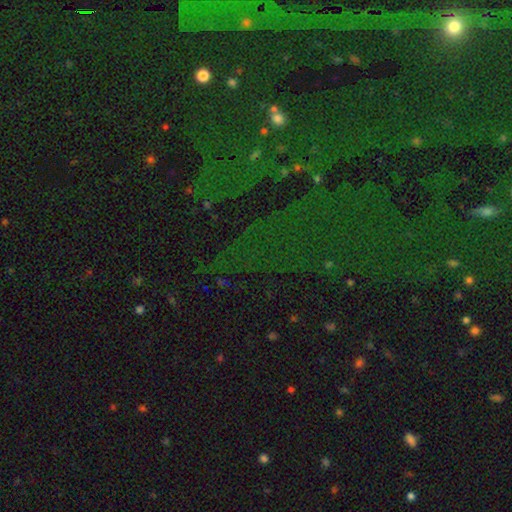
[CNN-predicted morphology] Smooth or featured: star or artifact — 80% (smooth — 11%)